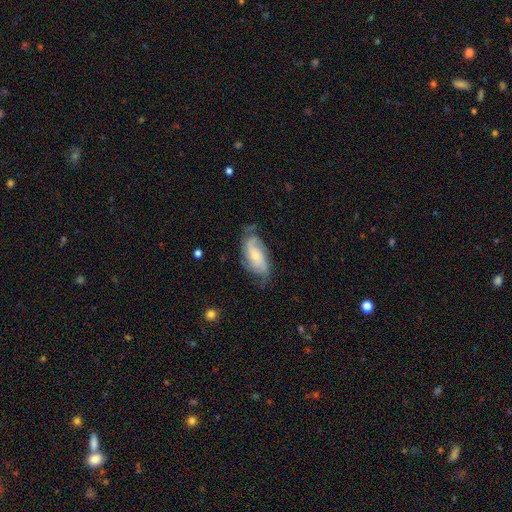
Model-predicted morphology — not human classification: A featured or disk galaxy (75%) with no bar (63%), 2 (40%) medium (43%) spiral arms (94%) and a small central bulge (57%). Merging: none (63%).